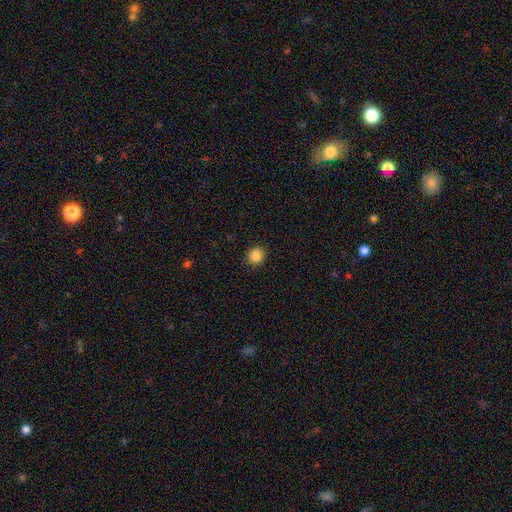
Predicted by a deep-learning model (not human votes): Smooth or featured? Predicted: smooth (p=0.86). How rounded? Predicted: round (p=0.88). Merging? Predicted: none (p=0.92).